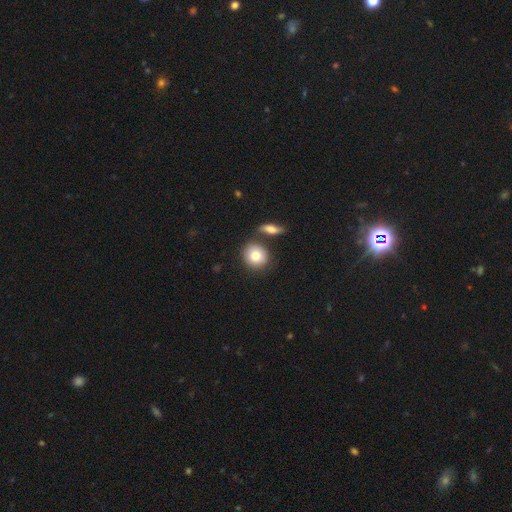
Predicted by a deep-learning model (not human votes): This is likely a smooth galaxy (79%). How rounded: clearly round (82%). Merging: likely none (71%).